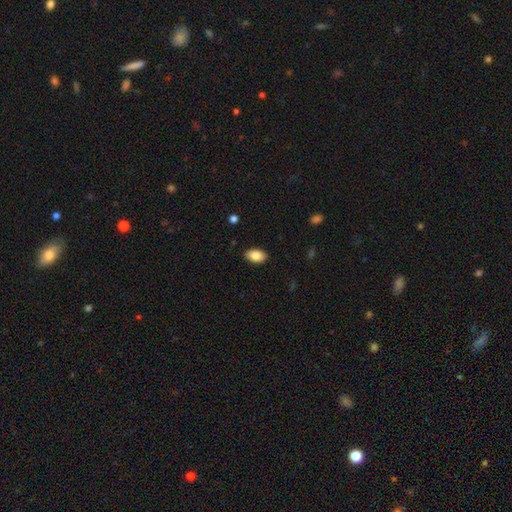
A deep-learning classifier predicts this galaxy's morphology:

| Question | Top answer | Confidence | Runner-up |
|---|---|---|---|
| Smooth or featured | smooth | 83% | featured or disk (9%) |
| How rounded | in between | 92% | round (6%) |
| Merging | none | 88% | minor disturbance (9%) |